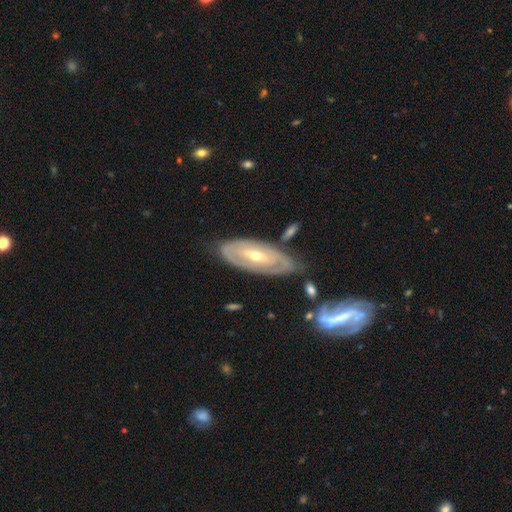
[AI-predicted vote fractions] Smooth or featured?
  - featured or disk: 79% *
  - smooth: 15%
  - star or artifact: 6%
Edge-on disk?
  - no: 89% *
  - yes: 11%
Bar?
  - no: 38% *
  - weak: 36%
  - strong: 26%
Spiral arms?
  - yes: 75% *
  - no: 25%
Spiral winding?
  - tight: 70% *
  - medium: 22%
  - loose: 8%
Spiral arm count?
  - can't tell: 43% *
  - 2: 41%
  - 3: 6%
  - 1: 5%
  - 4: 2%
  - more than 4: 2%
Bulge size?
  - moderate: 49% *
  - small: 48%
  - large: 2%
  - none: 1%
  - dominant: 1%
Merging?
  - none: 68% *
  - minor disturbance: 19%
  - major disturbance: 7%
  - merger: 5%